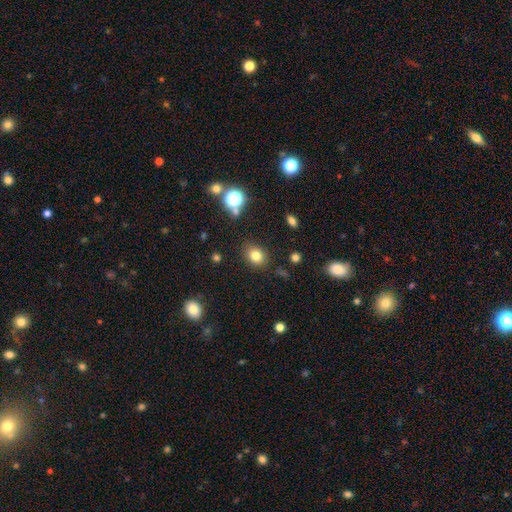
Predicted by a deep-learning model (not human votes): This is likely a smooth galaxy (79%). How rounded: possibly round (52%). Merging: clearly none (84%).